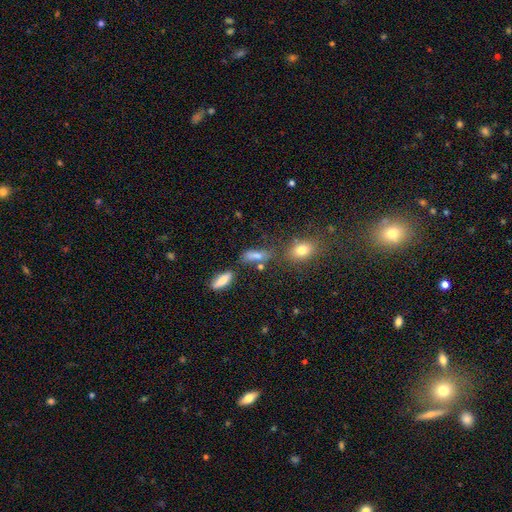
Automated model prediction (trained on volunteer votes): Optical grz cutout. It shows a smooth galaxy with no disk features (73%) that is in between round and cigar-shaped (58%). Merging: none (53%).